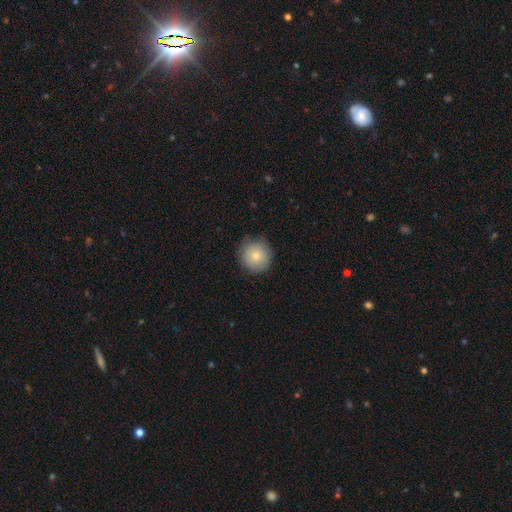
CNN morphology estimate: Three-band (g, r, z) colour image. It shows a smooth galaxy with no disk features (79%) that is round (94%). Merging: none (85%).